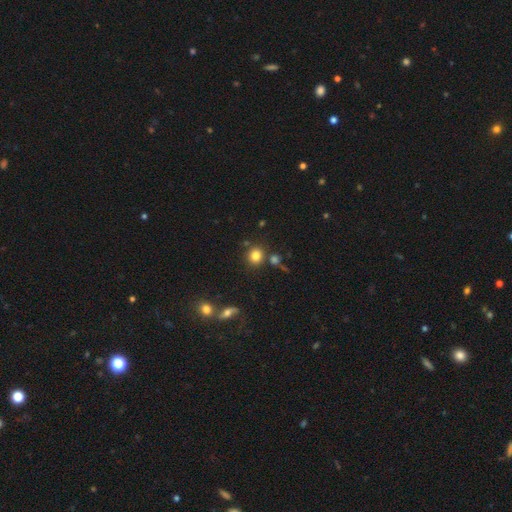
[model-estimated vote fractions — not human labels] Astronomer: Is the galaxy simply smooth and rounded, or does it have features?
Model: smooth — 81%.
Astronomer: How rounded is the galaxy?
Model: round — 87%.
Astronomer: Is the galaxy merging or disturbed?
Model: none — 78%.